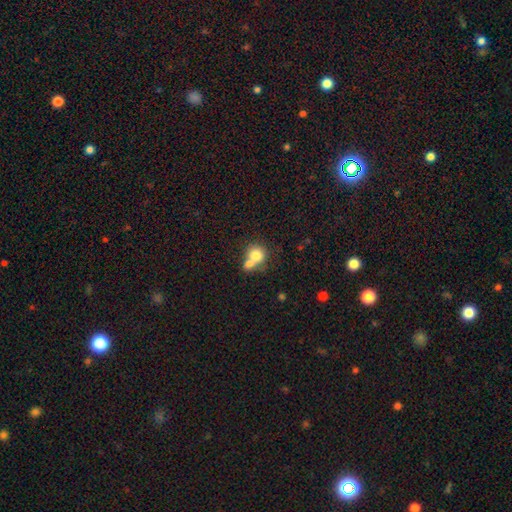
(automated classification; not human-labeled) smooth-or-featured: smooth: 76% | featured or disk: 14% | star or artifact: 10%
  how-rounded: round: 78% | in between: 21% | cigar-shaped: 1%
  merging: merger: 59% | none: 30% | minor disturbance: 7% | major disturbance: 4%